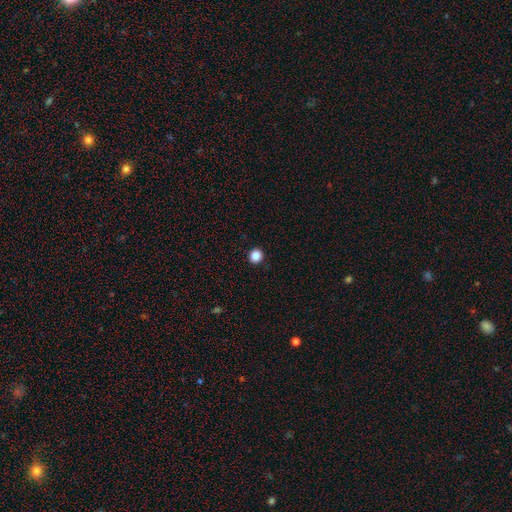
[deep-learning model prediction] smooth_or_featured: smooth (p=0.87) [alt: star or artifact p=0.11]
how_rounded: round (p=0.92) [alt: in between p=0.07]
merging: none (p=0.93) [alt: minor disturbance p=0.04]